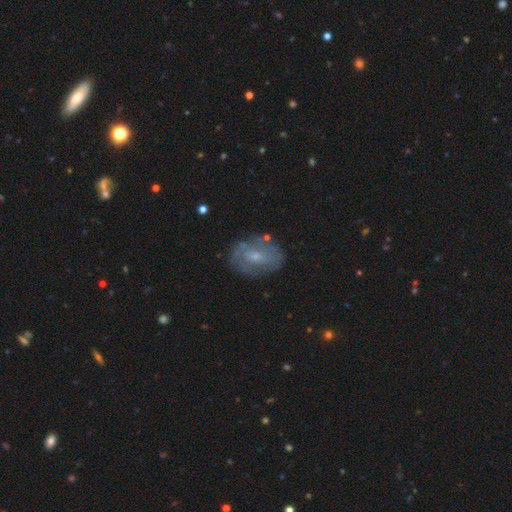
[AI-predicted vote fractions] smooth_or_featured: featured or disk (p=0.65) [alt: smooth p=0.27]
disk_edge_on: no (p=0.96) [alt: yes p=0.04]
bar: no (p=0.45) [tied with: weak p=0.45]
has_spiral_arms: yes (p=0.69) [alt: no p=0.31]
bulge_size: small (p=0.58) [alt: moderate p=0.33]
merging: none (p=0.73) [alt: minor disturbance p=0.18]